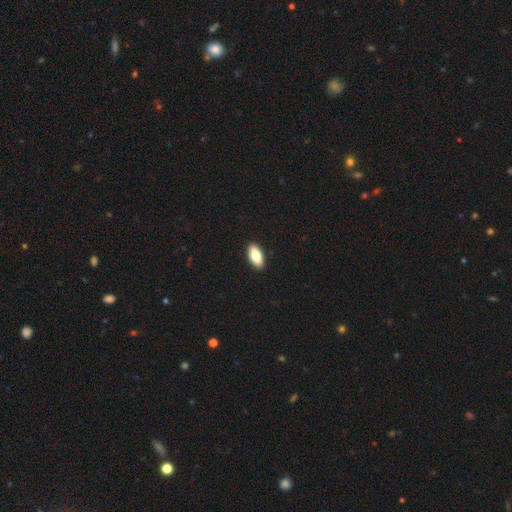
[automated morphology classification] Smooth or featured?
  - smooth: 79% *
  - featured or disk: 14%
  - star or artifact: 6%
How rounded?
  - in between: 89% *
  - cigar-shaped: 8%
  - round: 3%
Merging?
  - none: 91% *
  - minor disturbance: 6%
  - major disturbance: 1%
  - merger: 1%